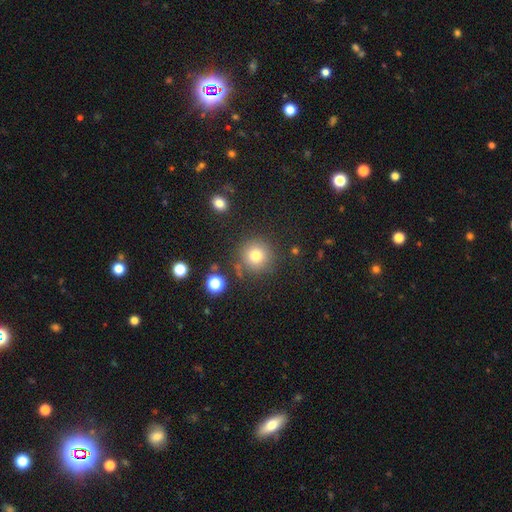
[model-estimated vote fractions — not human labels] Q: Smooth or featured?
A: smooth (77%); runner-up: star or artifact (14%)
Q: How rounded?
A: round (94%); runner-up: in between (5%)
Q: Merging?
A: none (83%); runner-up: minor disturbance (9%)